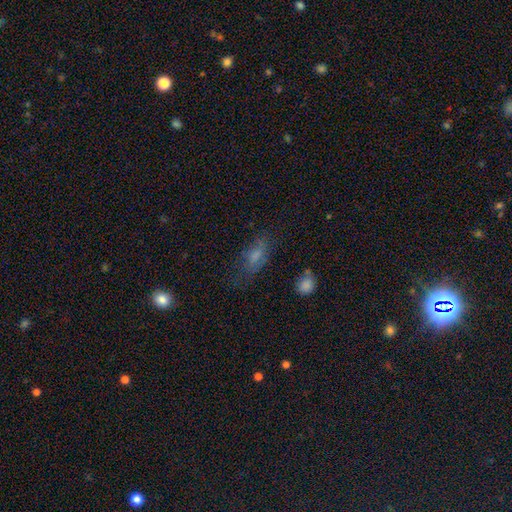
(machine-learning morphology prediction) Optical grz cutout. It shows a smooth galaxy with no disk features (63%) that is in between round and cigar-shaped (81%). Merging: none (58%).